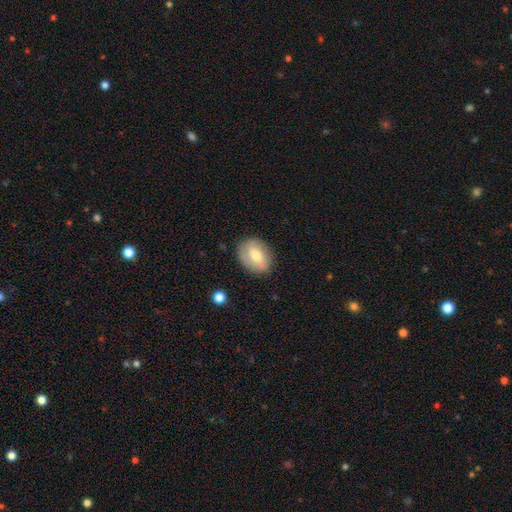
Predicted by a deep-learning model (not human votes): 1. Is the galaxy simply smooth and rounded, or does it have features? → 58% smooth, 35% featured or disk, 7% star or artifact.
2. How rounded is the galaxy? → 63% in between, 35% round, 2% cigar-shaped.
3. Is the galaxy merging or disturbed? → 80% none, 15% minor disturbance, 4% major disturbance, 1% merger.